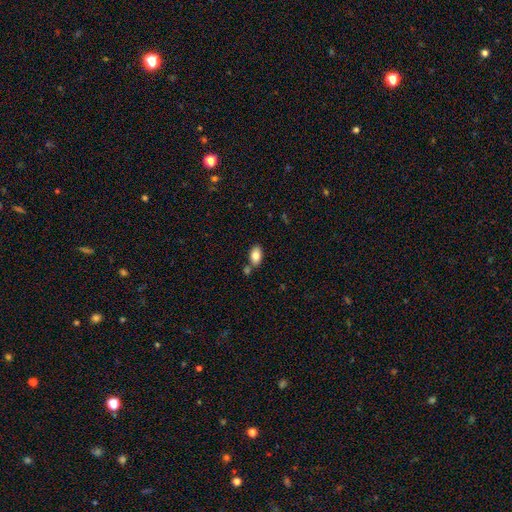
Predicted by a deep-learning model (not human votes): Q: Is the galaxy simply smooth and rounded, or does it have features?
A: smooth — 83%.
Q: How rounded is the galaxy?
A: in between — 91%.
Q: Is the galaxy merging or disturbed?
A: none — 71%.